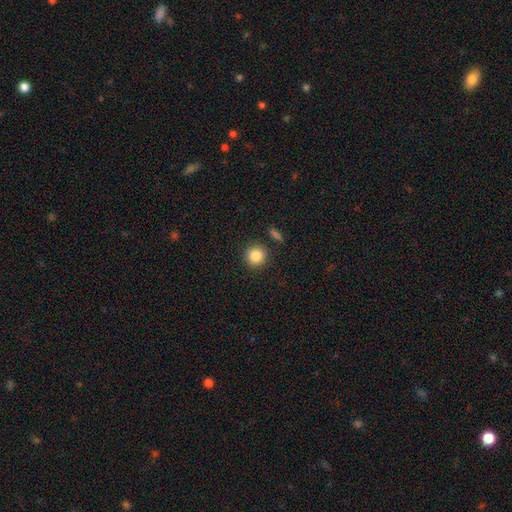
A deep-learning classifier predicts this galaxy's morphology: Q: Smooth or featured?
A: smooth (86%); runner-up: star or artifact (9%)
Q: How rounded?
A: round (93%); runner-up: in between (6%)
Q: Merging?
A: none (87%); runner-up: minor disturbance (7%)